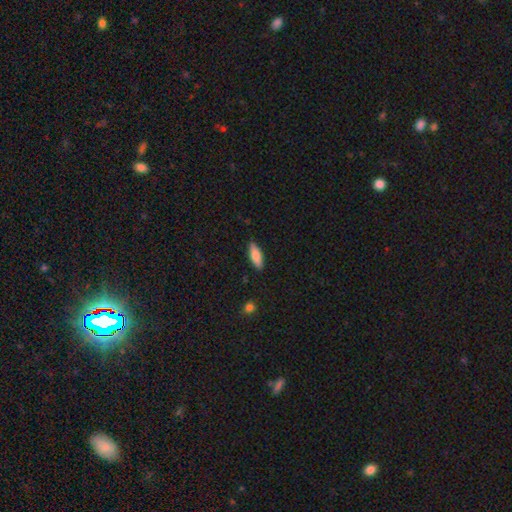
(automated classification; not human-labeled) Morphology: type=smooth (82%); roundness=in between (60%); merging=none (86%).